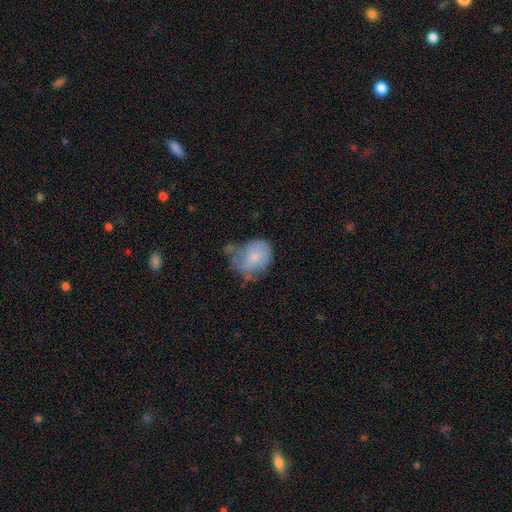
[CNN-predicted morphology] This appears to be a smooth galaxy with no disk features (65%) that is in between round and cigar-shaped (57%). Merging: minor disturbance (37%).